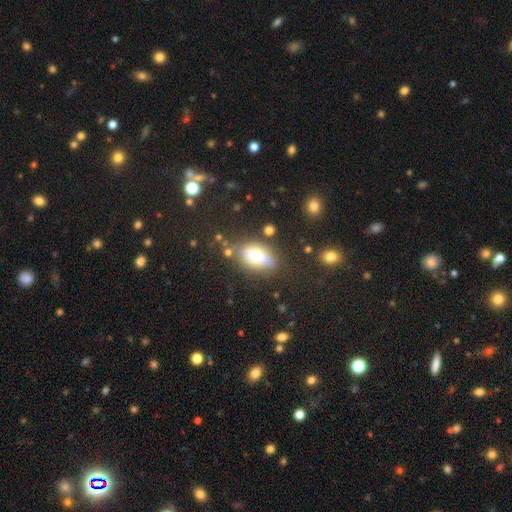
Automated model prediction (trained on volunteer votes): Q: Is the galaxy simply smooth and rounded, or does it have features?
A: smooth — 61%.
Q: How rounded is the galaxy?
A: in between — 79%.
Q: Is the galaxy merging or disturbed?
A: none — 62%.